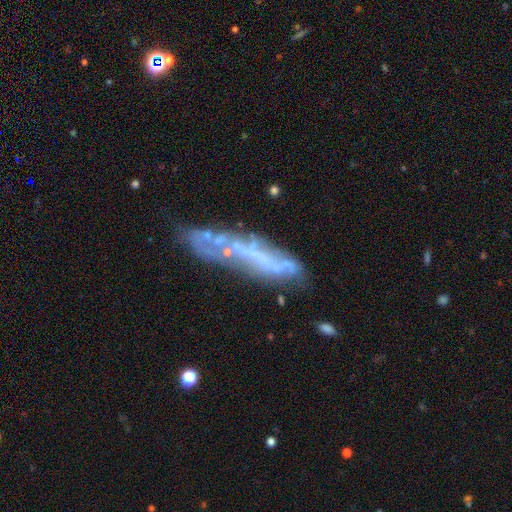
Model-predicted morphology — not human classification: Q: Smooth or featured?
A: featured or disk (59%); runner-up: smooth (30%)
Q: Edge-on disk?
A: no (54%); runner-up: yes (46%)
Q: Merging?
A: none (56%); runner-up: minor disturbance (23%)